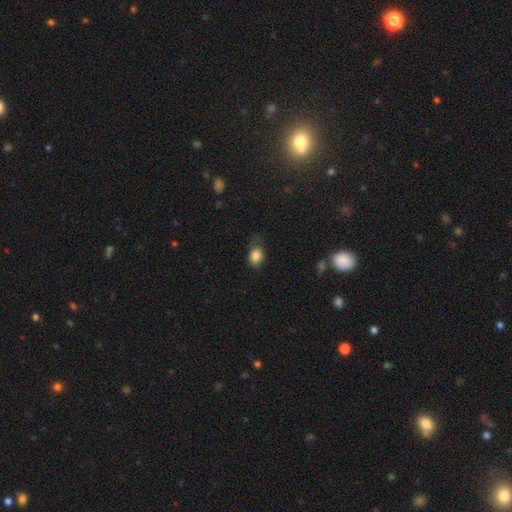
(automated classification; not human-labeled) This is clearly a smooth galaxy (84%). How rounded: likely in between (70%). Merging: possibly none (52%).